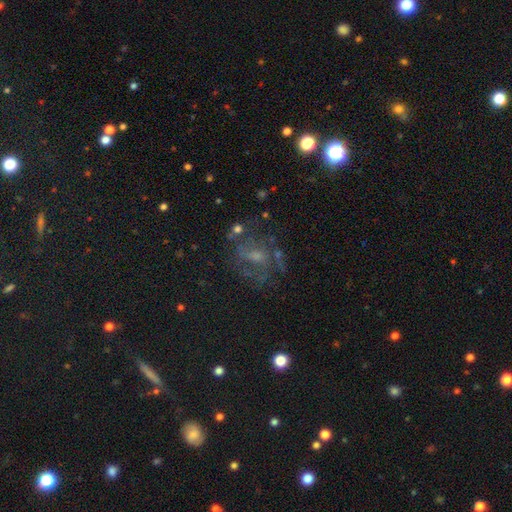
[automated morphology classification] type=featured or disk (59%); edge-on=no (96%); bar=no (46%); spiral arms=yes (69%); bulge=small (40%); merging=none (58%).